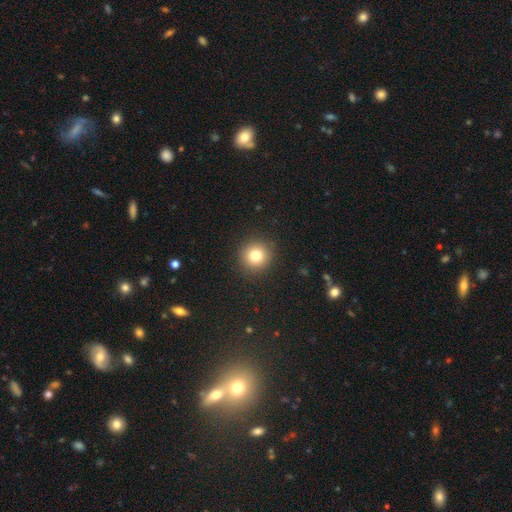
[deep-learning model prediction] smooth_or_featured: smooth (p=0.79) [alt: star or artifact p=0.12]
how_rounded: round (p=0.93) [alt: in between p=0.06]
merging: none (p=0.91) [alt: minor disturbance p=0.06]